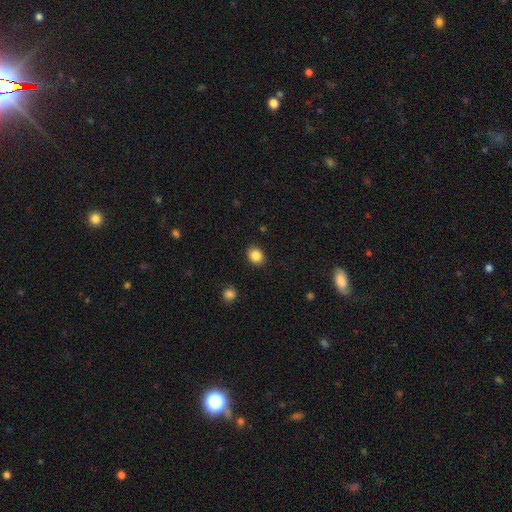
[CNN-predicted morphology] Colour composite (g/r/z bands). It shows a smooth galaxy with no disk features (86%) that is round (66%). Merging: none (91%).